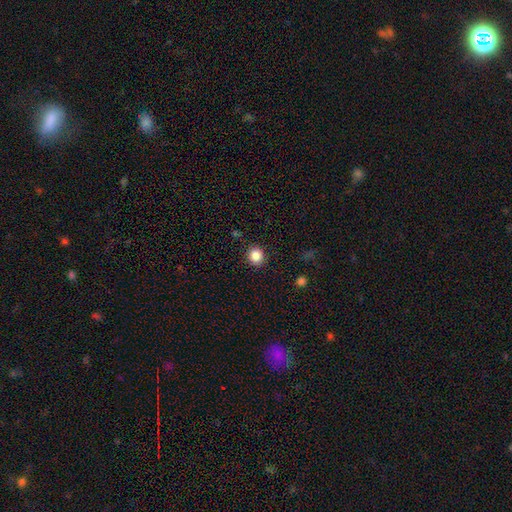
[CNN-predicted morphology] Smooth or featured?
  - smooth: 86% *
  - star or artifact: 10%
  - featured or disk: 4%
How rounded?
  - round: 84% *
  - in between: 15%
  - cigar-shaped: 1%
Merging?
  - none: 90% *
  - minor disturbance: 7%
  - major disturbance: 2%
  - merger: 1%